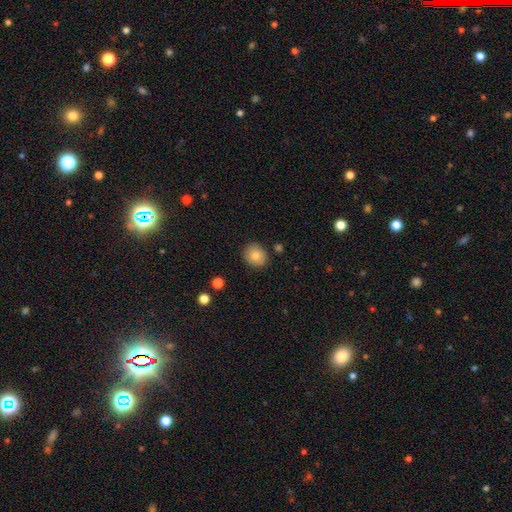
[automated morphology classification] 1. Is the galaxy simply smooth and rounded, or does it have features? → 79% smooth, 12% featured or disk, 9% star or artifact.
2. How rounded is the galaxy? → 81% round, 18% in between, 1% cigar-shaped.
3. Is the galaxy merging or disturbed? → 87% none, 9% minor disturbance, 2% major disturbance, 2% merger.